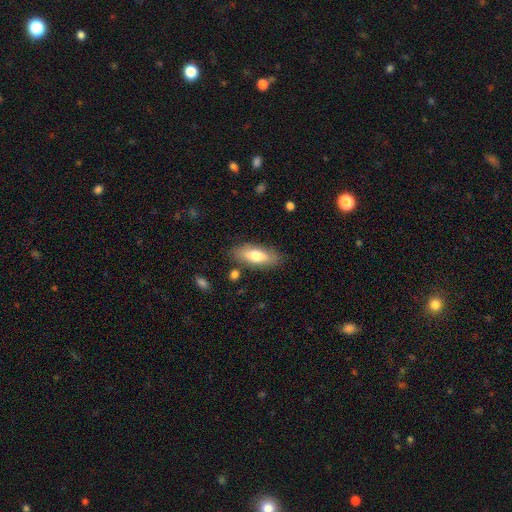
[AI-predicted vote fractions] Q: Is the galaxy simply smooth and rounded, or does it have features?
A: smooth — 69%.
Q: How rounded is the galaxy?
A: in between — 73%.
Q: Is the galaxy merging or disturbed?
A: none — 80%.